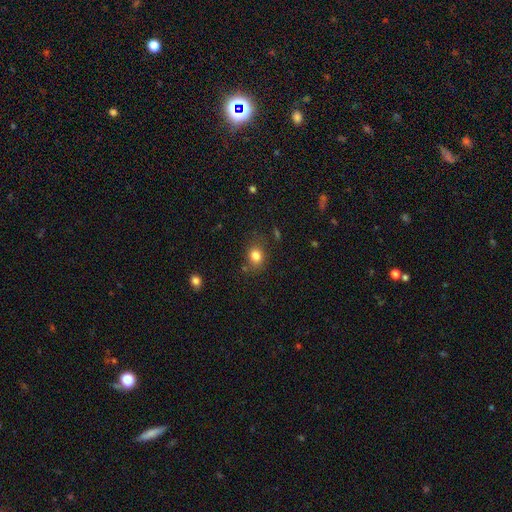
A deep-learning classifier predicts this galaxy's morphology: smooth 81%, star or artifact 12%, featured or disk 7%. Down the decision tree: how rounded — round (59%); merging — none (77%).